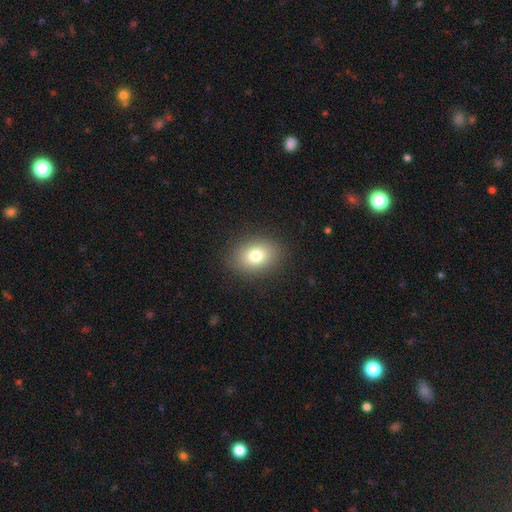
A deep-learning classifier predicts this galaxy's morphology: A smooth galaxy with no disk features (78%) that is in between round and cigar-shaped (63%). Merging: none (89%).